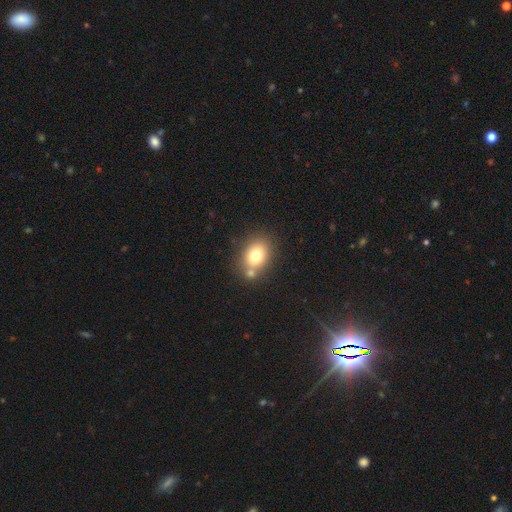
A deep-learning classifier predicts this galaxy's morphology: This appears to be a smooth galaxy with no disk features (75%) that is in between round and cigar-shaped (63%). Merging: none (63%).